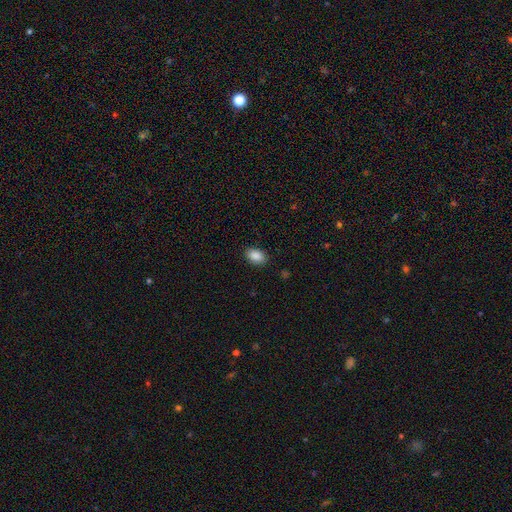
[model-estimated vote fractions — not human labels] Smooth or featured? Predicted: smooth (p=0.89). How rounded? Predicted: in between (p=0.86). Merging? Predicted: none (p=0.88).